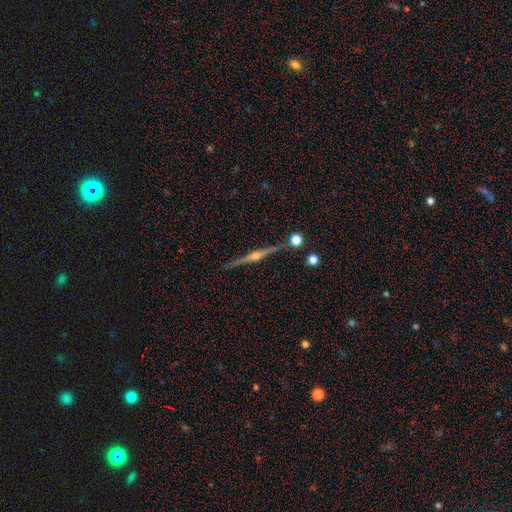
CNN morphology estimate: smooth-or-featured: featured or disk: 85% | smooth: 8% | star or artifact: 6%
  disk-edge-on: yes: 98% | no: 2%
    edge-on-bulge: rounded: 94% | boxy: 3% | none: 3%
  merging: none: 88% | minor disturbance: 7% | merger: 3% | major disturbance: 2%